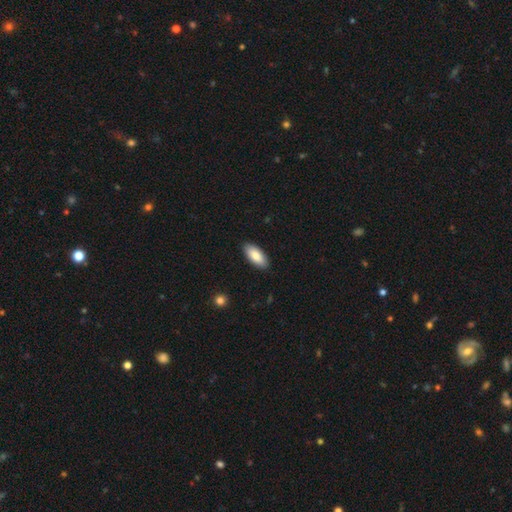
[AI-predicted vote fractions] This appears to be a smooth galaxy with no disk features (85%) that is in between round and cigar-shaped (89%). Merging: none (90%).